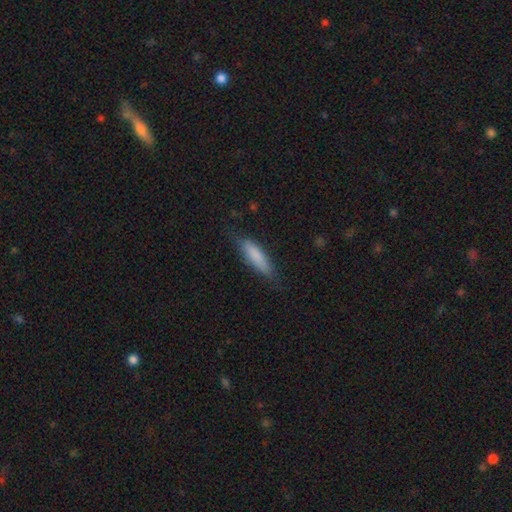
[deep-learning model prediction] Smooth or featured: smooth — 81% (featured or disk — 13%)
How rounded: cigar-shaped — 69% (in between — 30%)
Merging: none — 77% (minor disturbance — 18%)